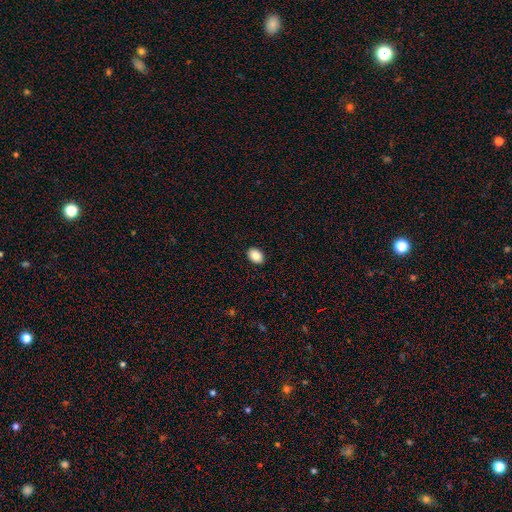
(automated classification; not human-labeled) A smooth galaxy with no disk features (87%) that is in between round and cigar-shaped (81%). Merging: none (91%).